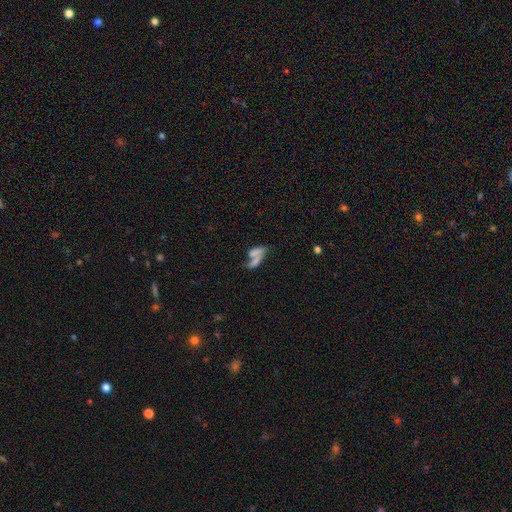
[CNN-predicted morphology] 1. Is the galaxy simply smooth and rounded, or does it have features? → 63% smooth, 26% featured or disk, 12% star or artifact.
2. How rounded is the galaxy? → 67% in between, 26% cigar-shaped, 8% round.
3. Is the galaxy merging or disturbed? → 61% merger, 21% none, 10% major disturbance, 9% minor disturbance.